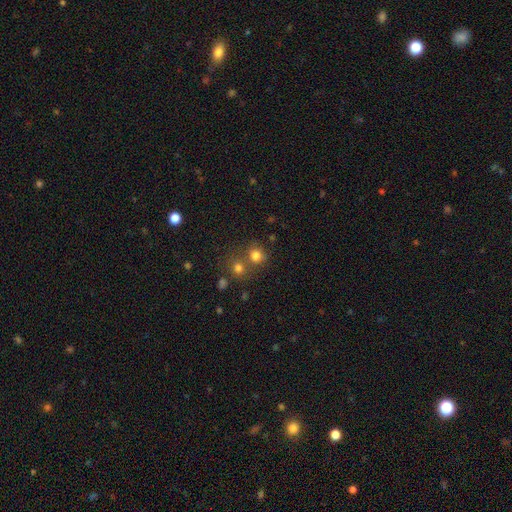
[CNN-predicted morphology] Overall: smooth (77%). How rounded: round (86%). Merging: none (58%; merger 31%).